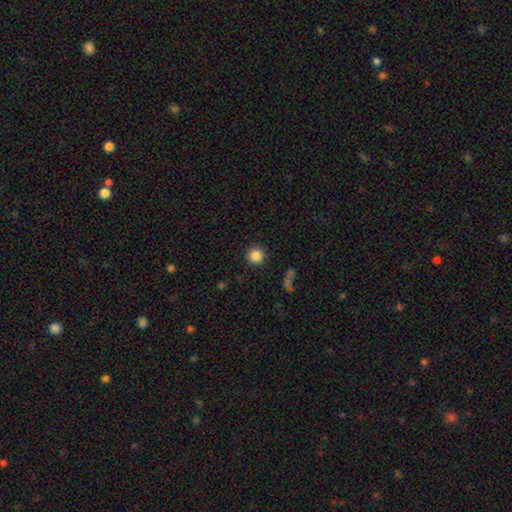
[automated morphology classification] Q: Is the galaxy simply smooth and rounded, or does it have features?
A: smooth — 86%.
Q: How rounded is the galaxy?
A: round — 95%.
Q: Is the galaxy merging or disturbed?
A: none — 90%.